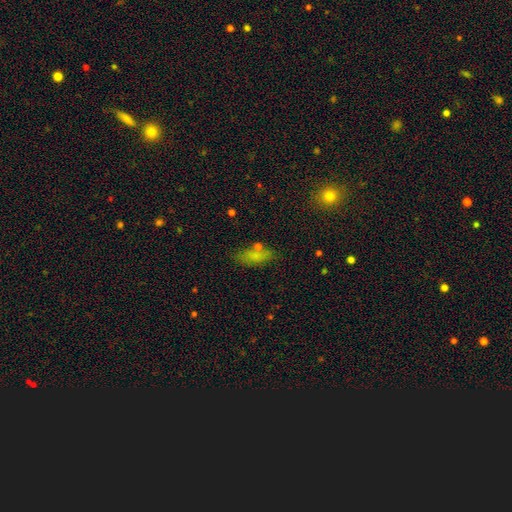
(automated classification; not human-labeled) A smooth galaxy with no disk features (72%) that is in between round and cigar-shaped (74%). Merging: none (75%).